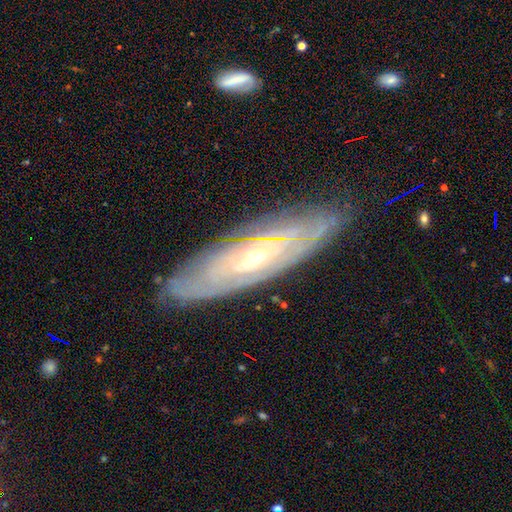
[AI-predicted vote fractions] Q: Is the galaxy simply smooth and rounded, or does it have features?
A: featured or disk — 83%.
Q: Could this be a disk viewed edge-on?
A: no — 73%.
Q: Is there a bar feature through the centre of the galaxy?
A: no — 53%.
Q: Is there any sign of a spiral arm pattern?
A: yes — 85%.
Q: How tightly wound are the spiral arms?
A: tight — 79%.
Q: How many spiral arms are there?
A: can't tell — 62%.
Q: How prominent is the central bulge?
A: small — 51%.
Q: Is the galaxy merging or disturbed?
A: none — 82%.